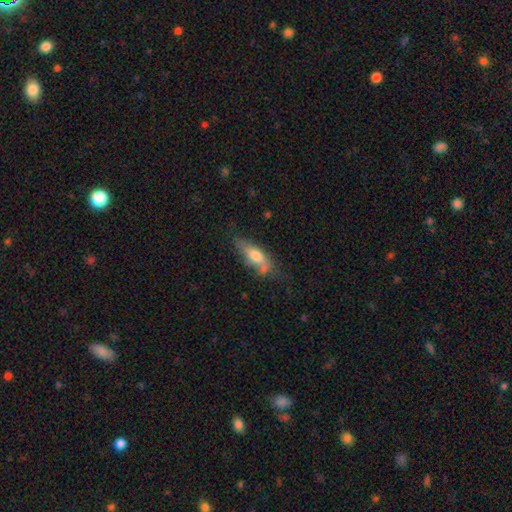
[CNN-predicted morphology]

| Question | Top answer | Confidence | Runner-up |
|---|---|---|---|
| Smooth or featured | smooth | 64% | featured or disk (29%) |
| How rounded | in between | 59% | cigar-shaped (38%) |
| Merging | none | 51% | minor disturbance (28%) |